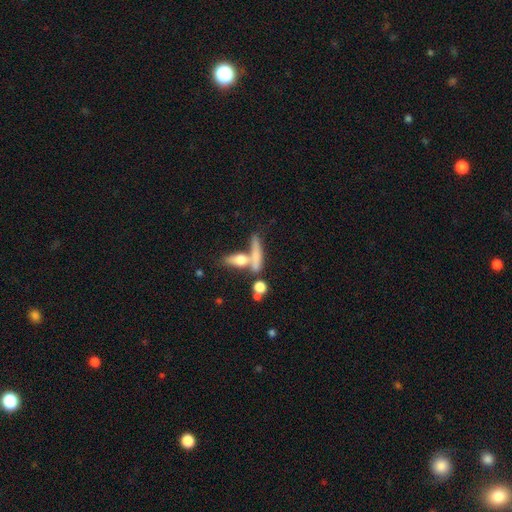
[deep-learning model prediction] This appears to be a smooth galaxy with no disk features (58%) that is cigar-shaped (64%). Merging: merger (40%, tied with none).